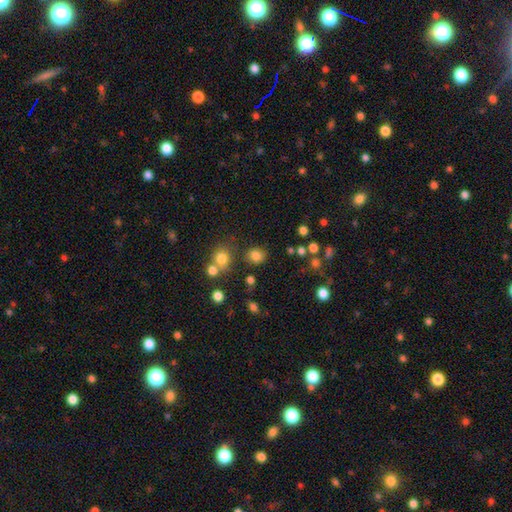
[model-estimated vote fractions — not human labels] Smooth or featured? smooth (80%)
How rounded? round (75%)
Merging? none (78%)